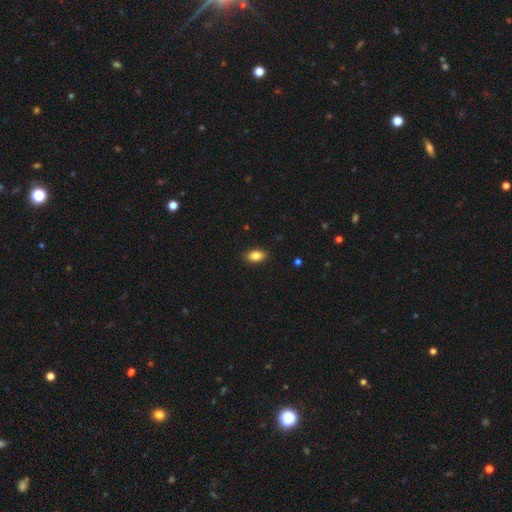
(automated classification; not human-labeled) smooth_or_featured: smooth (p=0.84) [alt: featured or disk p=0.08]
how_rounded: in between (p=0.89) [alt: round p=0.07]
merging: none (p=0.89) [alt: minor disturbance p=0.08]